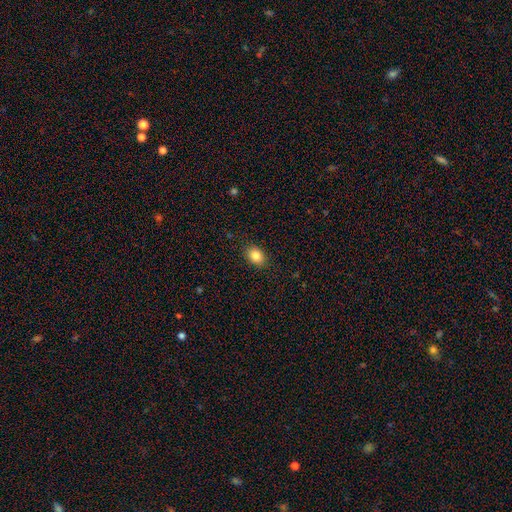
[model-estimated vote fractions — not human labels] A smooth galaxy with no disk features (85%) that is in between round and cigar-shaped (68%). Merging: none (88%).